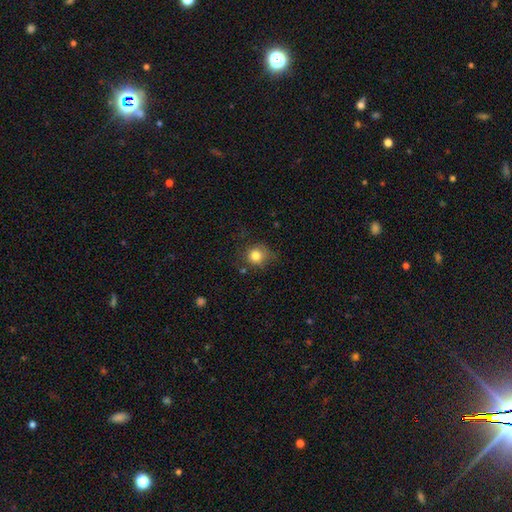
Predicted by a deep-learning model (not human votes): Smooth or featured?
  - smooth: 81% *
  - star or artifact: 11%
  - featured or disk: 8%
How rounded?
  - round: 86% *
  - in between: 13%
  - cigar-shaped: 1%
Merging?
  - none: 71% *
  - minor disturbance: 21%
  - major disturbance: 6%
  - merger: 3%